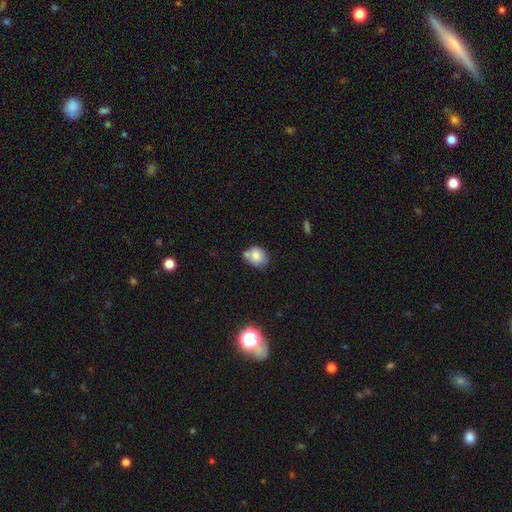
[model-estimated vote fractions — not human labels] This is likely a smooth galaxy (79%). How rounded: likely round (62%). Merging: possibly none (52%).